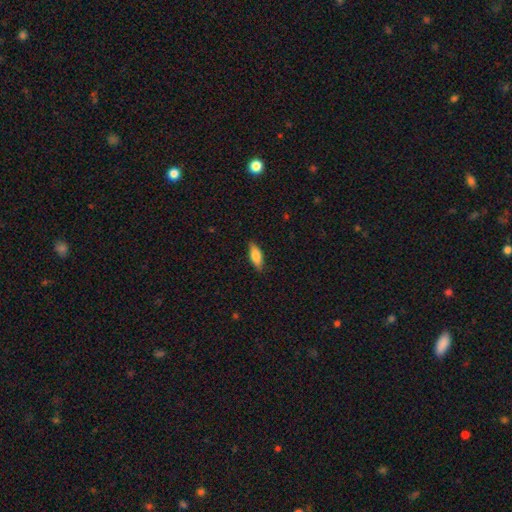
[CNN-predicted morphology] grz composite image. It shows a smooth galaxy with no disk features (76%) that is in between round and cigar-shaped (71%). Merging: none (85%).